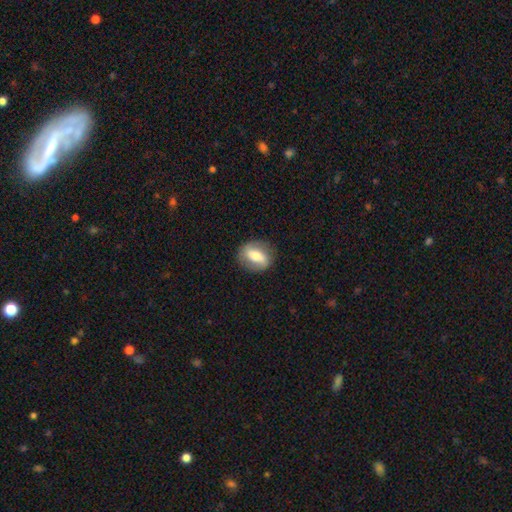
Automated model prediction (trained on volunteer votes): smooth-or-featured: smooth: 51% | featured or disk: 43% | star or artifact: 7%
  how-rounded: in between: 59% | round: 37% | cigar-shaped: 4%
  merging: none: 83% | minor disturbance: 12% | major disturbance: 4% | merger: 1%